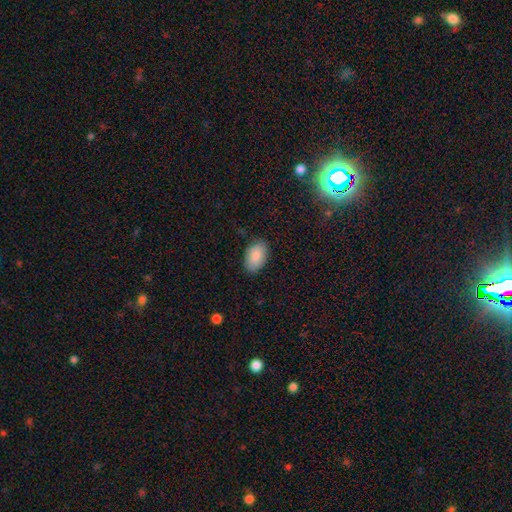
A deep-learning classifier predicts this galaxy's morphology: type=smooth (88%); roundness=in between (94%); merging=none (85%).